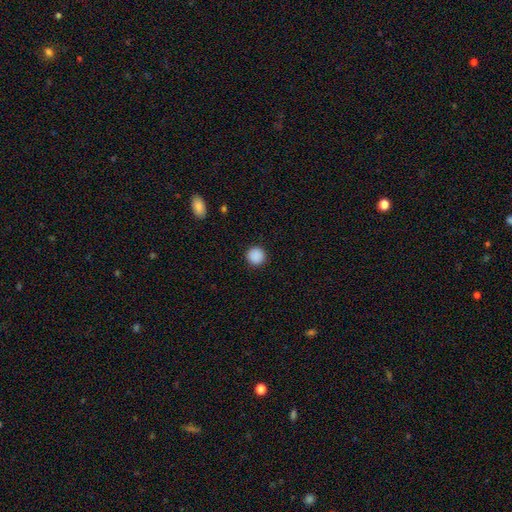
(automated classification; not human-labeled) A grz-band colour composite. It shows a smooth galaxy with no disk features (89%) that is round (95%). Merging: none (93%).